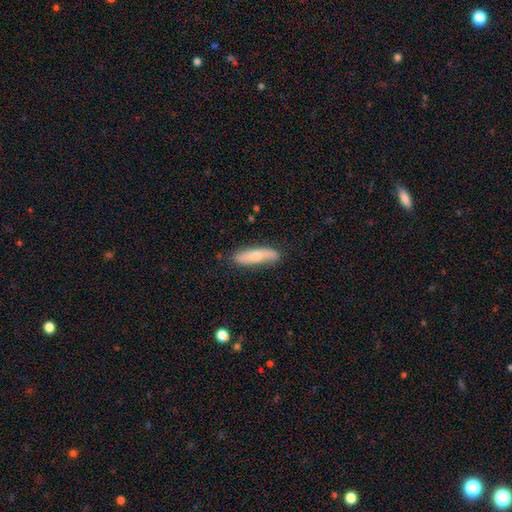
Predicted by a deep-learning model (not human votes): The model was most divided on "smooth or featured": smooth: 61%, featured or disk: 33%, star or artifact: 6%. More confident: merging — none (81%); how rounded — cigar-shaped (66%).